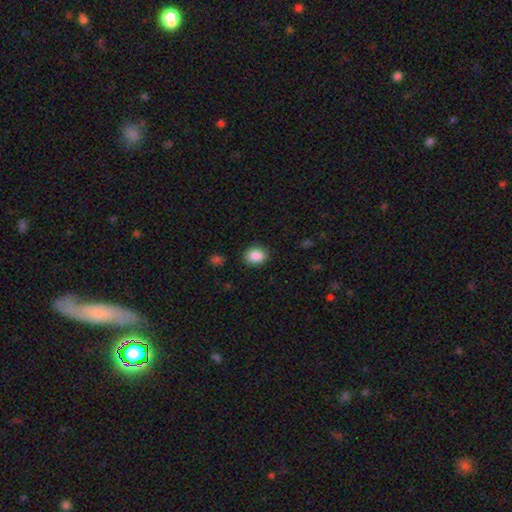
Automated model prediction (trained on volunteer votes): This is clearly a smooth galaxy (88%). How rounded: possibly in between (50%). Merging: clearly none (88%).